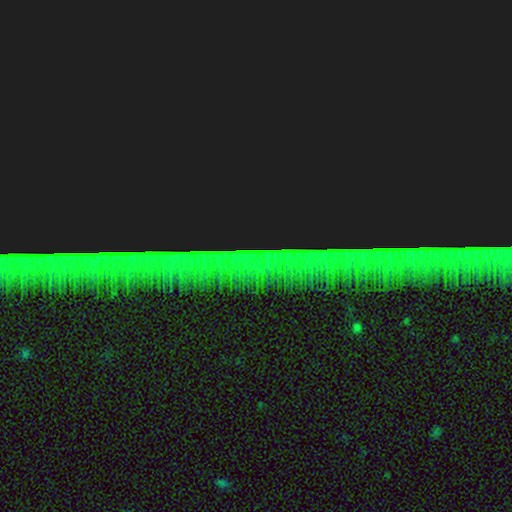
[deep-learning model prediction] The model was most divided on "smooth or featured": star or artifact: 83%, featured or disk: 9%, smooth: 8%.